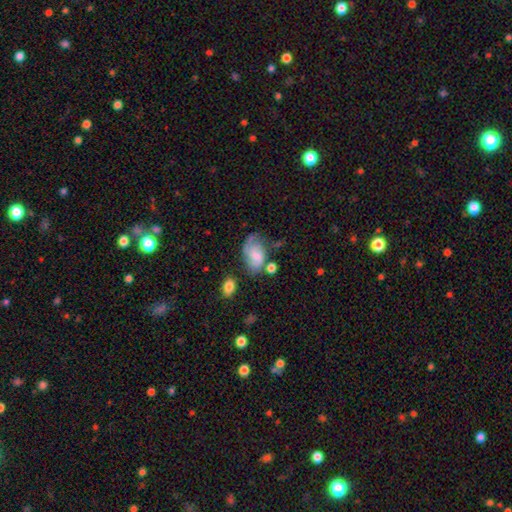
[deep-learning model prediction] Smooth or featured? smooth (46%, tied with featured or disk)
Merging? none (41%)